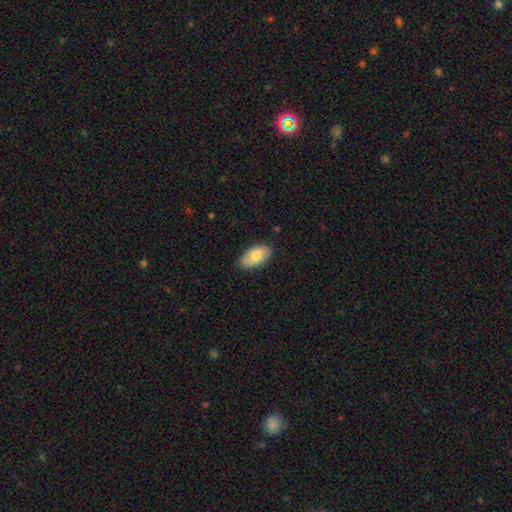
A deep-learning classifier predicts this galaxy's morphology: smooth-or-featured: smooth: 79% | featured or disk: 15% | star or artifact: 6%
  how-rounded: in between: 95% | round: 3% | cigar-shaped: 2%
  merging: none: 84% | minor disturbance: 13% | major disturbance: 2% | merger: 1%